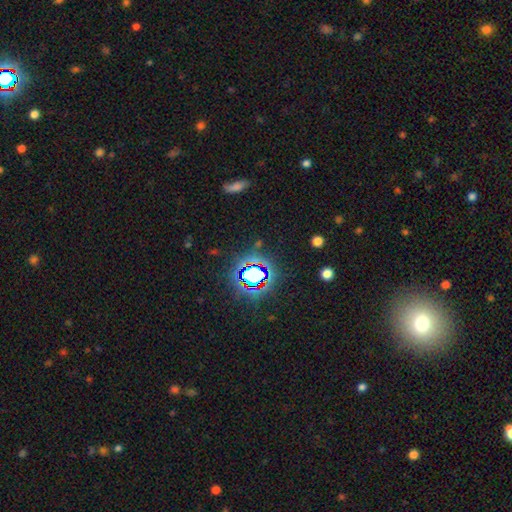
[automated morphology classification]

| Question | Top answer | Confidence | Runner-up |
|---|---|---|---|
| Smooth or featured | star or artifact | 78% | smooth (14%) |